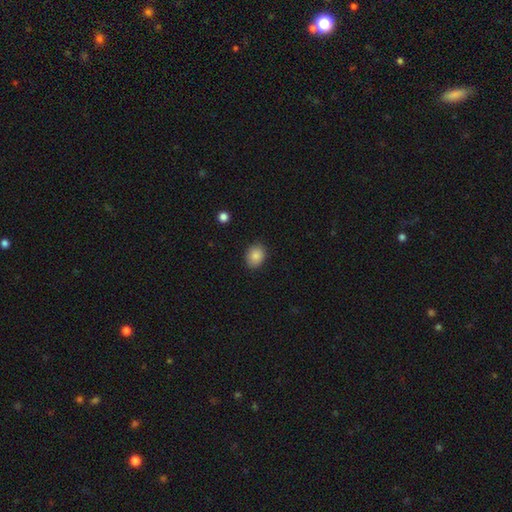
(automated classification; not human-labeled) A smooth galaxy with no disk features (86%) that is in between round and cigar-shaped (53%).

Vote fractions:
- Smooth or featured? smooth: 86% / star or artifact: 8% / featured or disk: 5%
- How rounded? in between: 53% / round: 46% / cigar-shaped: 1%
- Merging? none: 85% / minor disturbance: 12% / major disturbance: 3% / merger: 1%